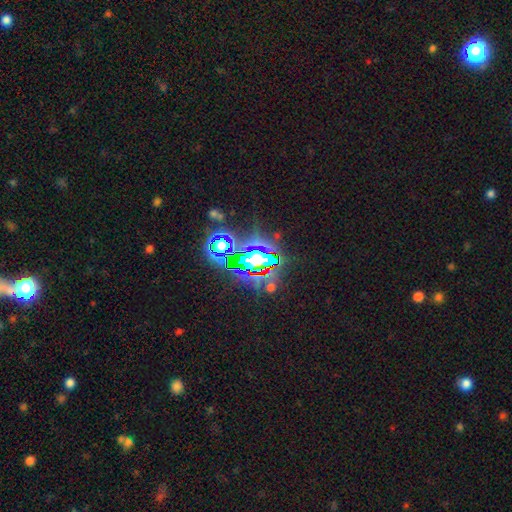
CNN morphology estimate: star or artifact 72%, smooth 15%, featured or disk 13%.